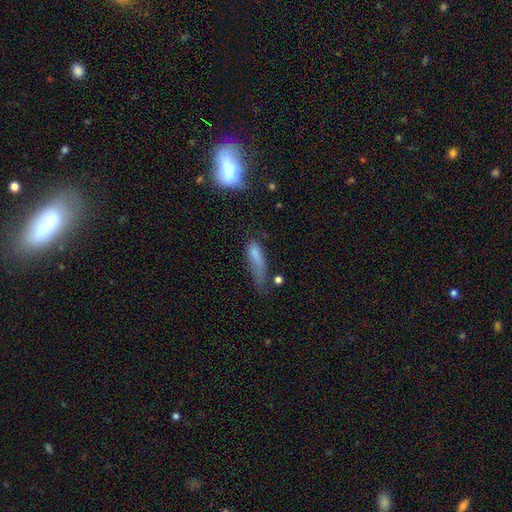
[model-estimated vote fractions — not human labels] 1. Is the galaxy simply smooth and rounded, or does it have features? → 69% smooth, 19% featured or disk, 12% star or artifact.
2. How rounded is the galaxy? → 56% cigar-shaped, 40% in between, 4% round.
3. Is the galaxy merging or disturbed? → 37% major disturbance, 30% minor disturbance, 26% none, 7% merger.